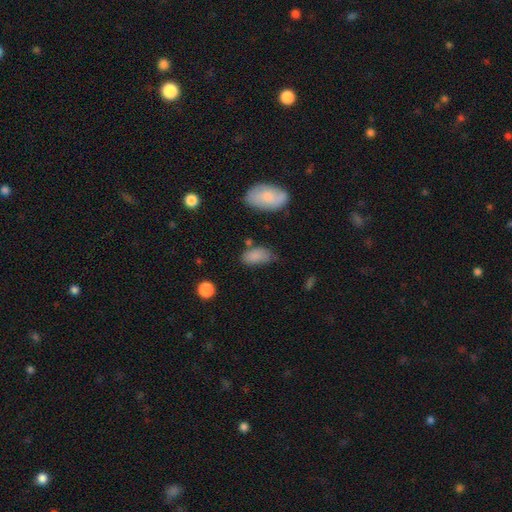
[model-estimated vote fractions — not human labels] A smooth galaxy with no disk features (83%) that is in between round and cigar-shaped (92%).

Vote fractions:
- Smooth or featured? smooth: 83% / featured or disk: 8% / star or artifact: 8%
- How rounded? in between: 92% / round: 4% / cigar-shaped: 4%
- Merging? none: 52% / minor disturbance: 32% / major disturbance: 9% / merger: 7%